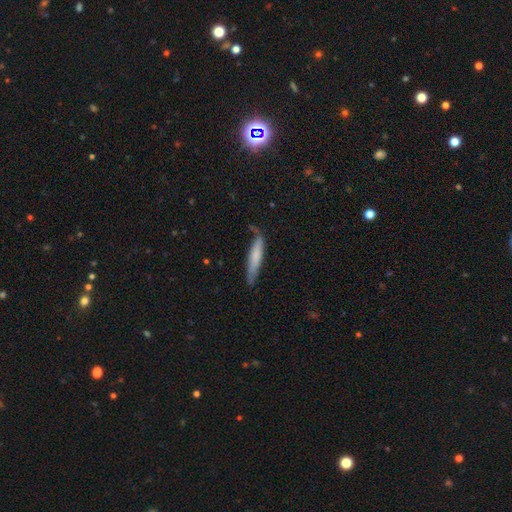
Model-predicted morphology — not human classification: smooth 69%, featured or disk 26%, star or artifact 5%. Down the decision tree: how rounded — cigar-shaped (89%); merging — none (67%).